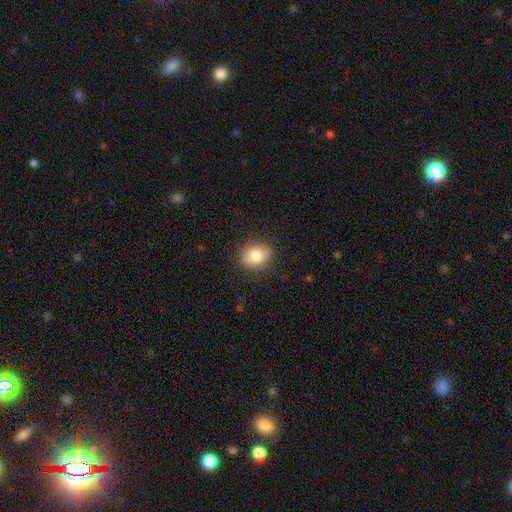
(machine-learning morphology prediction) This appears to be a smooth galaxy with no disk features (82%) that is round (53%). Merging: none (86%).